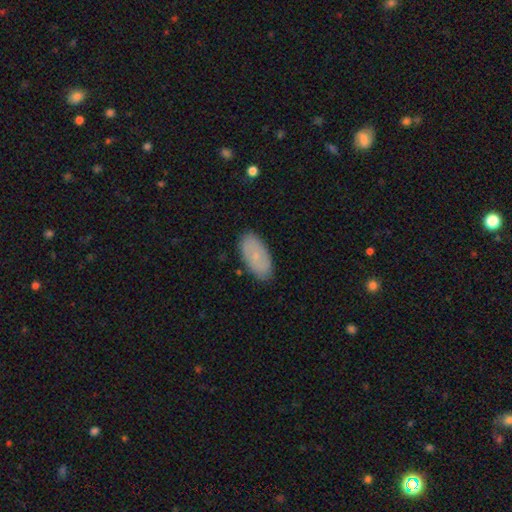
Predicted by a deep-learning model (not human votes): smooth 69%, featured or disk 24%, star or artifact 7%. Down the decision tree: how rounded — in between (92%); merging — none (86%).